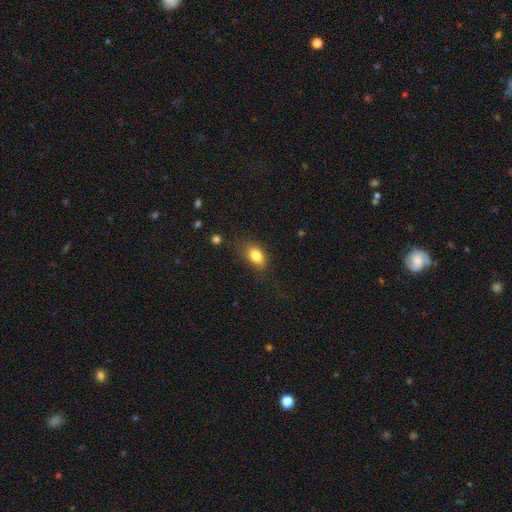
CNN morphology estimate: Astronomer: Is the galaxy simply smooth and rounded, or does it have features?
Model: smooth — 82%.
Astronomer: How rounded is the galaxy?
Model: in between — 83%.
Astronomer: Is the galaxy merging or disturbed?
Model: none — 75%.